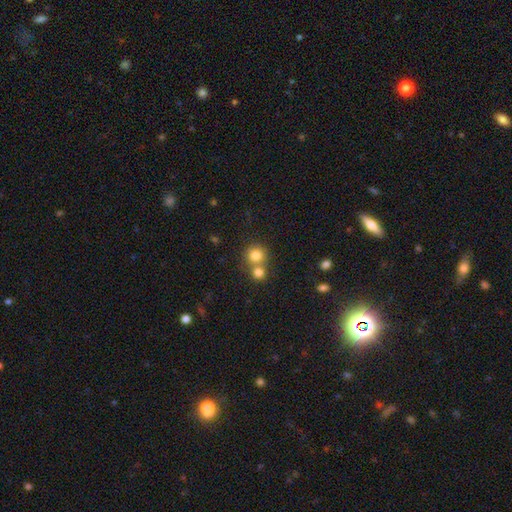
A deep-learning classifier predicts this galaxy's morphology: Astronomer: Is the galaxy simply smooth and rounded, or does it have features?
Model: smooth — 80%.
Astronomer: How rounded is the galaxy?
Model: round — 90%.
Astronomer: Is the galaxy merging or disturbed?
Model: none — 51% (runner-up: merger, 41%).